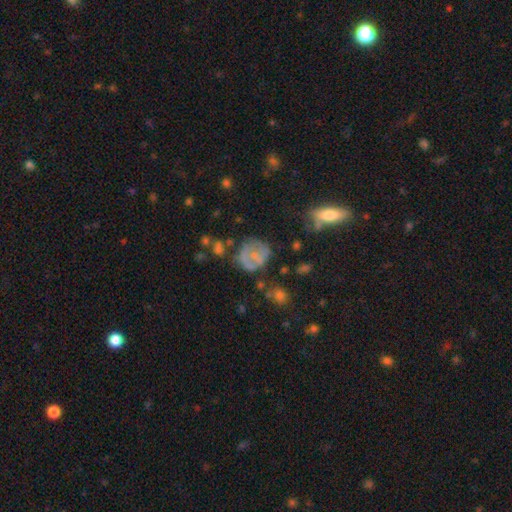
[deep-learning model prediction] A smooth galaxy with no disk features (47%).

Vote fractions:
- Smooth or featured? smooth: 47% / featured or disk: 39% / star or artifact: 14%
- Merging? none: 50% / minor disturbance: 23% / major disturbance: 20% / merger: 7%